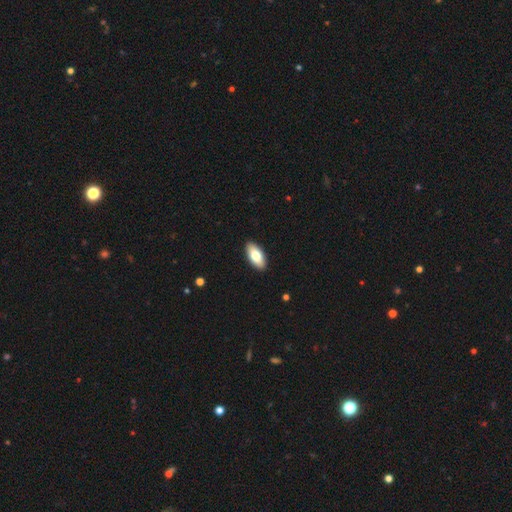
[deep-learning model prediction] The model was most divided on "smooth or featured": smooth: 77%, featured or disk: 17%, star or artifact: 6%. More confident: merging — none (91%); how rounded — in between (91%).